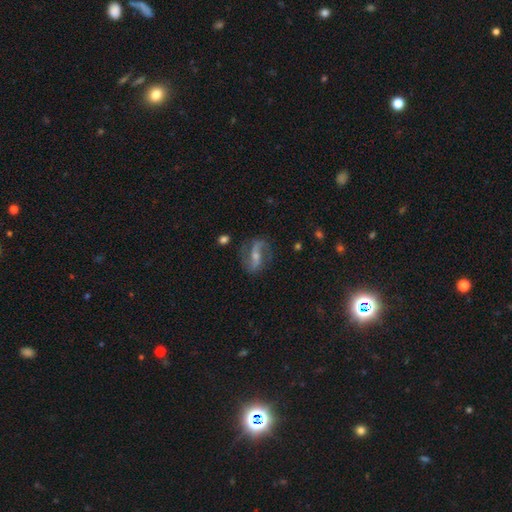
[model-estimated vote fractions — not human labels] Smooth or featured?
  - featured or disk: 83% *
  - smooth: 9%
  - star or artifact: 8%
Edge-on disk?
  - no: 95% *
  - yes: 5%
Bar?
  - strong: 49% *
  - weak: 33%
  - no: 18%
Spiral arms?
  - yes: 94% *
  - no: 6%
Spiral winding?
  - loose: 44% *
  - medium: 41%
  - tight: 15%
Spiral arm count?
  - 2: 91% *
  - can't tell: 3%
  - 1: 2%
  - 3: 1%
  - 4: 1%
  - more than 4: 1%
Bulge size?
  - small: 53% *
  - moderate: 39%
  - none: 5%
  - large: 2%
  - dominant: 1%
Merging?
  - none: 79% *
  - minor disturbance: 13%
  - major disturbance: 6%
  - merger: 2%